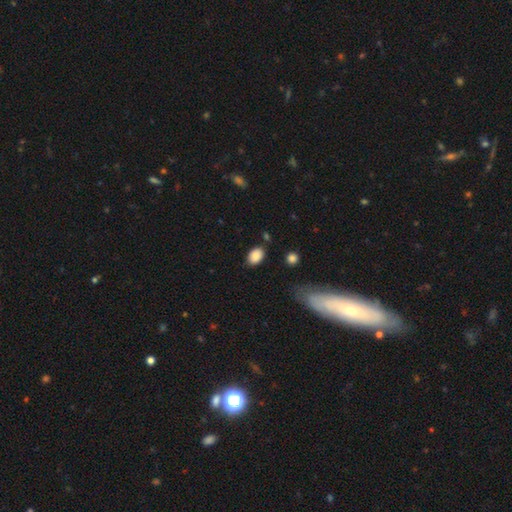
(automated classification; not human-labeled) Smooth or featured: smooth — 87% (star or artifact — 8%)
How rounded: in between — 83% (round — 15%)
Merging: none — 80% (minor disturbance — 13%)